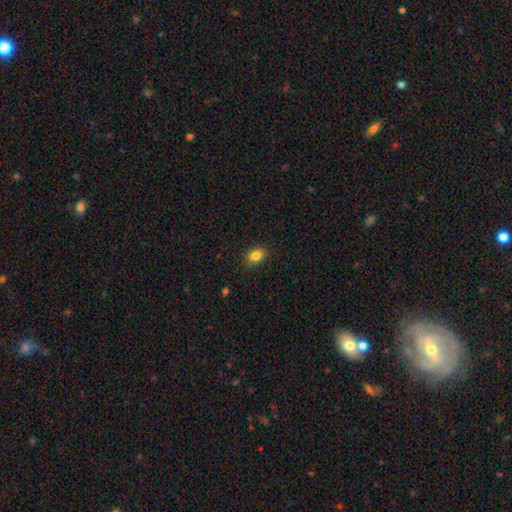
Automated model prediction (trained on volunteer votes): smooth 84%, star or artifact 10%, featured or disk 6%. Down the decision tree: how rounded — in between (66%); merging — none (86%).